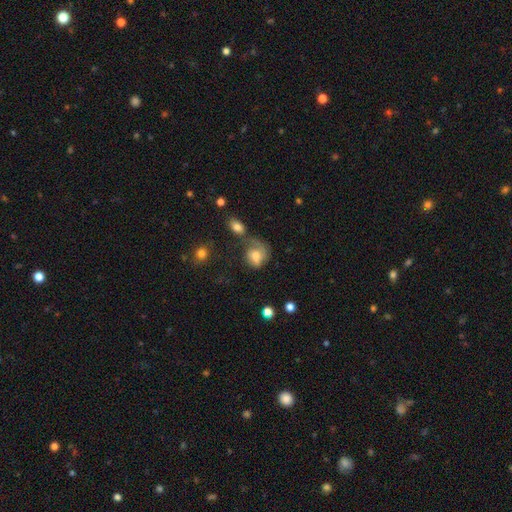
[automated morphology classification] Smooth or featured? Predicted: smooth (p=0.52). How rounded? Predicted: in between (p=0.52). Merging? Predicted: none (p=0.32).